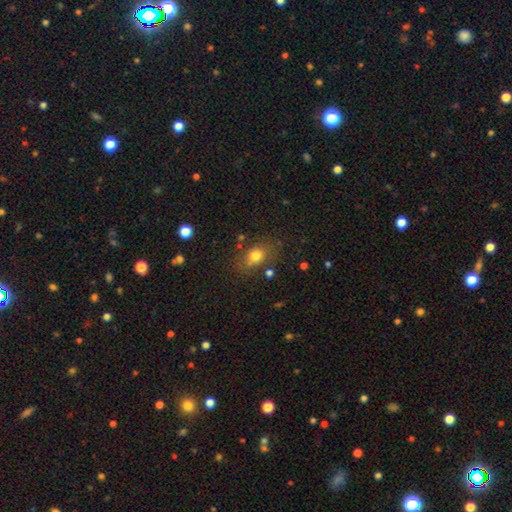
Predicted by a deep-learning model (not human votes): A smooth galaxy with no disk features (76%) that is in between round and cigar-shaped (59%). Merging: none (72%).